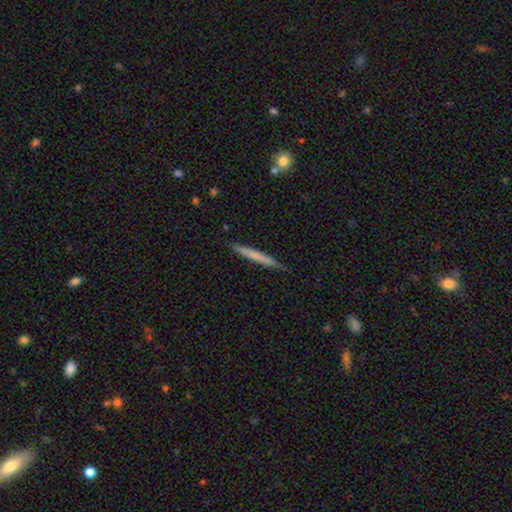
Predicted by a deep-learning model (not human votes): Smooth or featured? Predicted: smooth (p=0.62). How rounded? Predicted: cigar-shaped (p=0.97). Merging? Predicted: none (p=0.89).